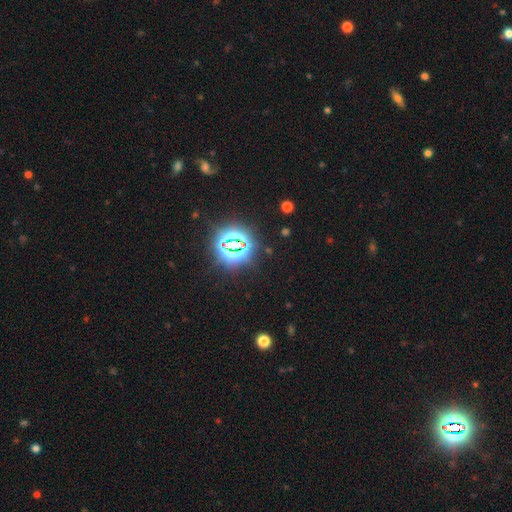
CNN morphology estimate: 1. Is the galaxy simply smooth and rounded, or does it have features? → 83% star or artifact, 11% smooth, 6% featured or disk.